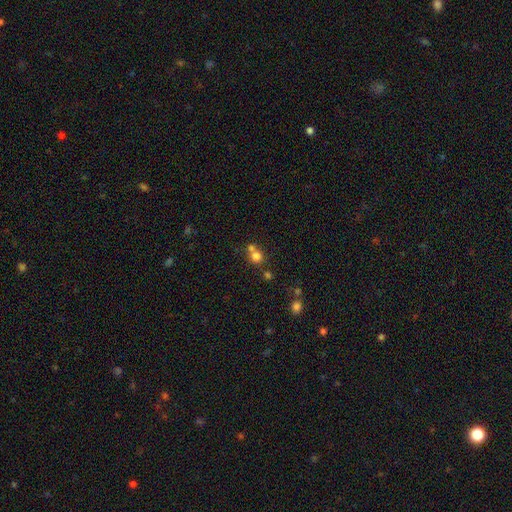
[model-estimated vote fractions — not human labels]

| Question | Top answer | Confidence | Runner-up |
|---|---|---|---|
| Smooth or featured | smooth | 76% | star or artifact (14%) |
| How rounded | round | 86% | in between (13%) |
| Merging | none | 49% | merger (42%) |